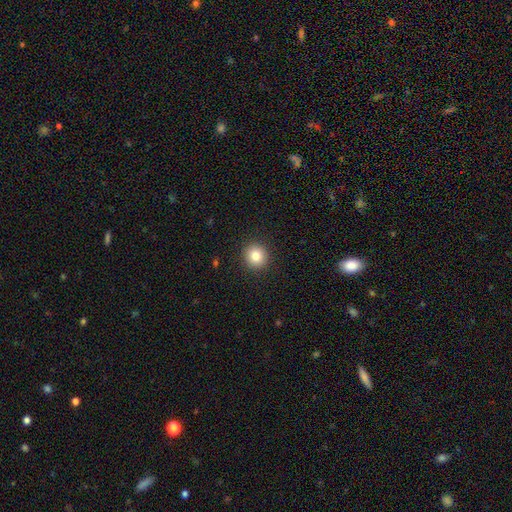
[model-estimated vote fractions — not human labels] Smooth or featured?
  - smooth: 83% *
  - star or artifact: 10%
  - featured or disk: 7%
How rounded?
  - round: 93% *
  - in between: 6%
  - cigar-shaped: 1%
Merging?
  - none: 92% *
  - minor disturbance: 5%
  - major disturbance: 2%
  - merger: 1%